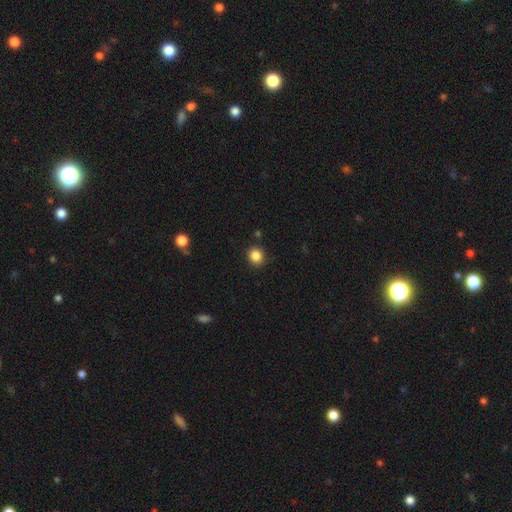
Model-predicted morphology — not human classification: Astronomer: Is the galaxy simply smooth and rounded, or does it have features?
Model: smooth — 86%.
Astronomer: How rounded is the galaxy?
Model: round — 83%.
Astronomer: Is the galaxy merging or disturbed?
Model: none — 90%.